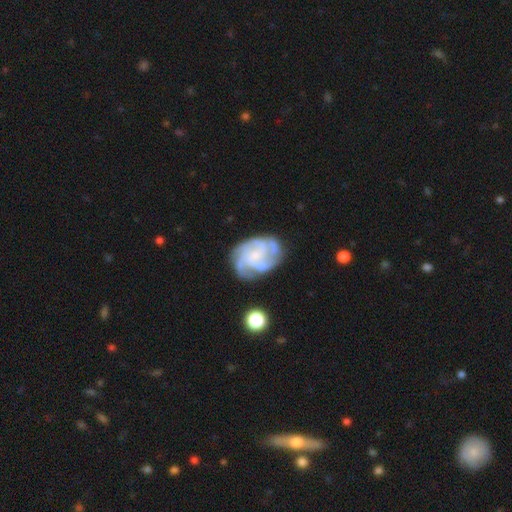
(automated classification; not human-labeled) This is clearly a featured or disk galaxy (85%). It is clearly not viewed edge-on (98%). Bar: likely no (63%). Spiral arm pattern: clearly yes (96%). Spiral arm count: marginally 3 (31%). Spiral winding: possibly tight (52%). Central bulge: possibly small (56%). Merging: likely none (68%).